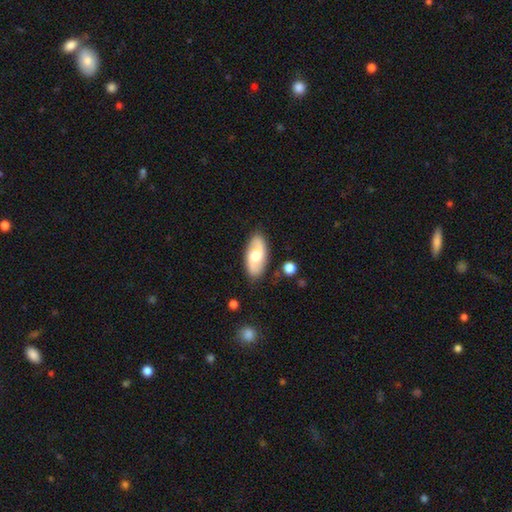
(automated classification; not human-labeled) Smooth or featured: featured or disk — 51% (smooth — 43%)
Edge-on disk: no — 88% (yes — 12%)
Merging: none — 83% (minor disturbance — 12%)